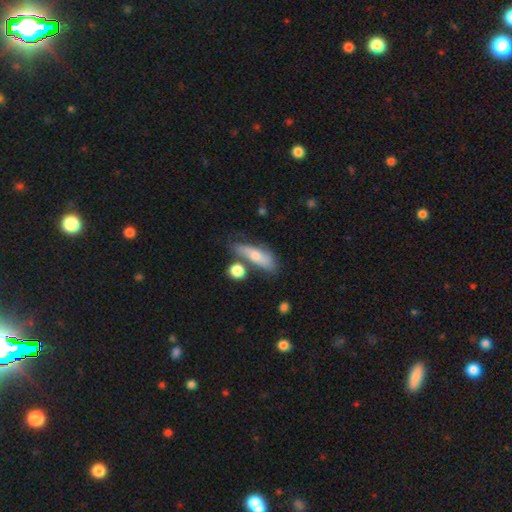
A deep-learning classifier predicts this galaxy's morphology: A smooth galaxy with no disk features (61%) that is in between round and cigar-shaped (50%). Merging: none (52%).